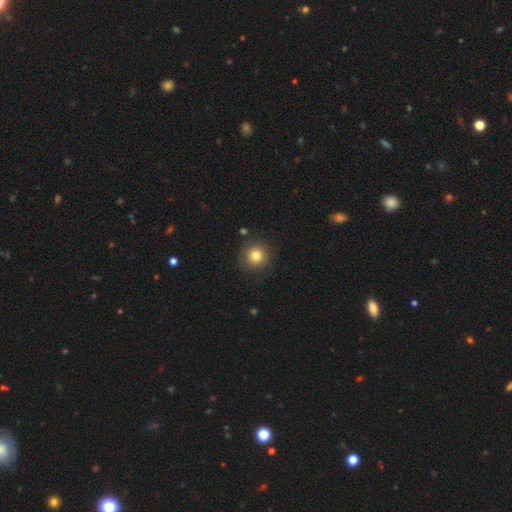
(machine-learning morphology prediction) The model was most divided on "smooth or featured": smooth: 80%, star or artifact: 11%, featured or disk: 9%. More confident: how rounded — round (93%); merging — none (83%).